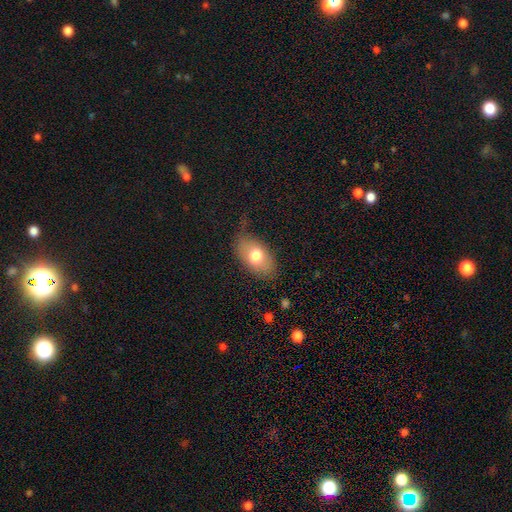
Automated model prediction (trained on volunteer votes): This is likely a smooth galaxy (71%). How rounded: clearly in between (89%). Merging: likely none (64%).